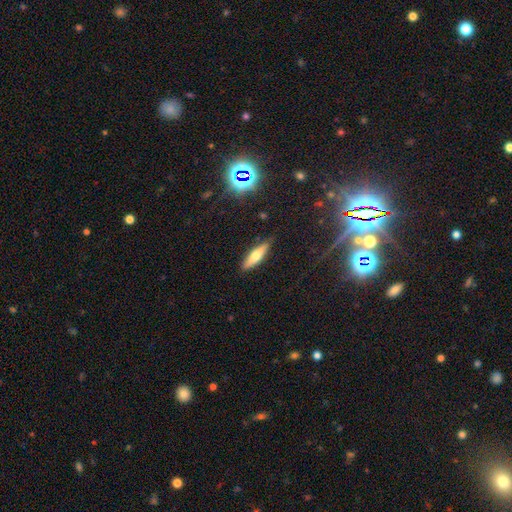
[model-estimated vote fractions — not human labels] The model was most divided on "smooth or featured": smooth: 56%, featured or disk: 36%, star or artifact: 8%. More confident: merging — none (86%); how rounded — cigar-shaped (67%).